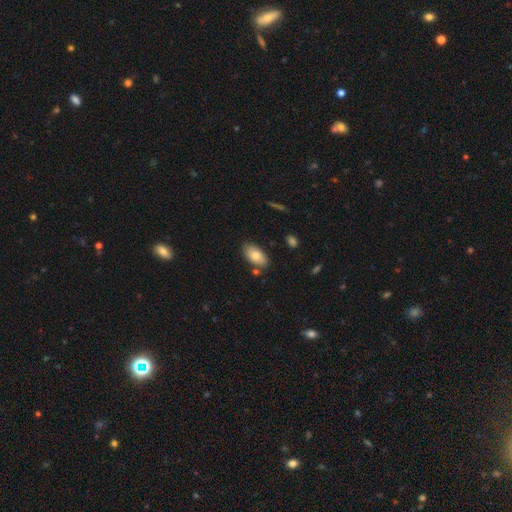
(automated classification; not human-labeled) Overall: smooth (80%). How rounded: in between (94%). Merging: none (79%).